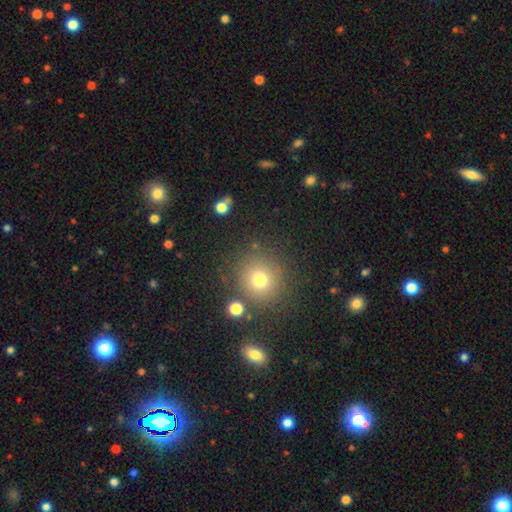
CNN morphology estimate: The model was most divided on "smooth or featured": smooth: 63%, star or artifact: 28%, featured or disk: 9%. More confident: how rounded — round (93%); merging — none (86%).